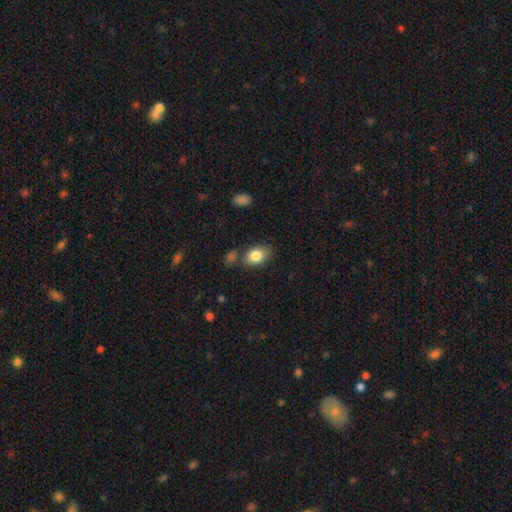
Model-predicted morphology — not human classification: A smooth galaxy with no disk features (83%) that is in between round and cigar-shaped (83%).

Vote fractions:
- Smooth or featured? smooth: 83% / featured or disk: 9% / star or artifact: 8%
- How rounded? in between: 83% / round: 15% / cigar-shaped: 1%
- Merging? none: 71% / minor disturbance: 15% / merger: 10% / major disturbance: 4%